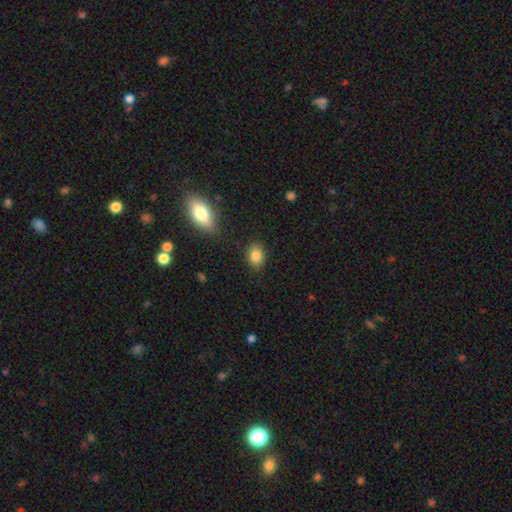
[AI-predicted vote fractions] smooth_or_featured: smooth (p=0.84) [alt: star or artifact p=0.10]
how_rounded: in between (p=0.68) [alt: round p=0.31]
merging: none (p=0.83) [alt: minor disturbance p=0.13]